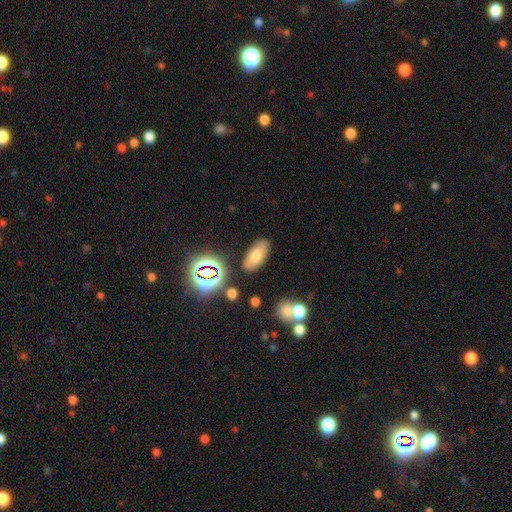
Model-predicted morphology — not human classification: Overall: smooth (61%). How rounded: in between (88%). Merging: none (82%).